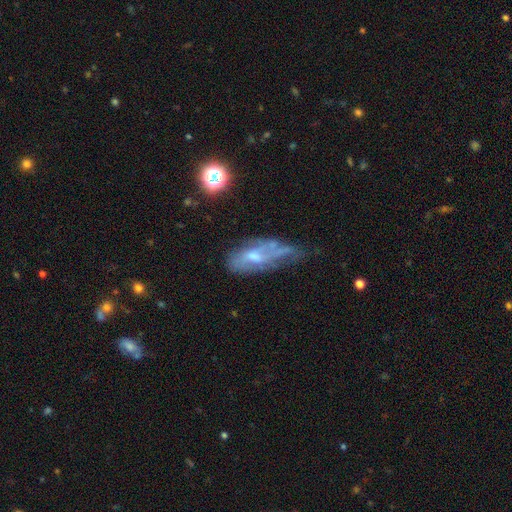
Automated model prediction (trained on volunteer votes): Overall: featured or disk (57%; smooth 33%). Edge-on disk: no (84%). Merging: minor disturbance (34%; none 32%).